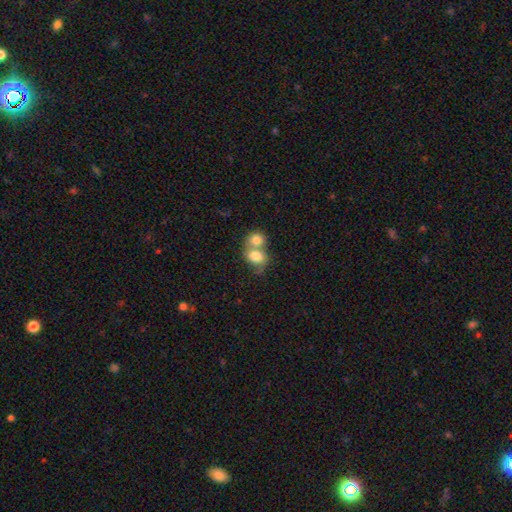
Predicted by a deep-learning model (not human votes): The model was most divided on "how rounded": round: 56%, in between: 43%, cigar-shaped: 1%. More confident: smooth or featured — smooth (78%); merging — merger (67%).